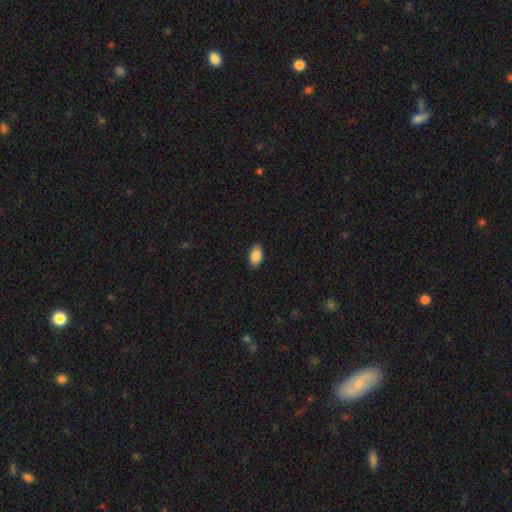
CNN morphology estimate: A smooth galaxy with no disk features (89%) that is in between round and cigar-shaped (93%). Merging: none (89%).